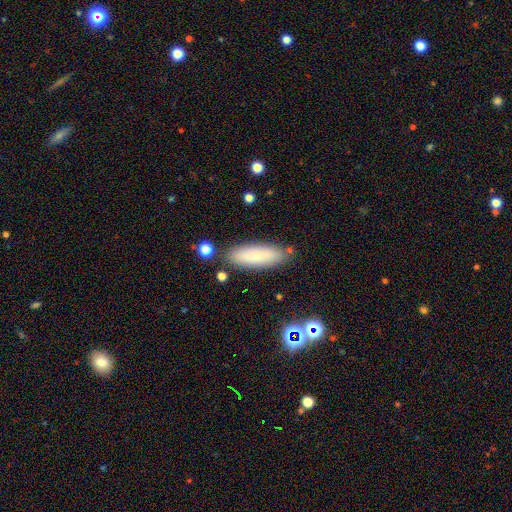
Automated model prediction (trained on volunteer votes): Smooth or featured? Predicted: smooth (p=0.78). How rounded? Predicted: in between (p=0.50). Merging? Predicted: none (p=0.84).